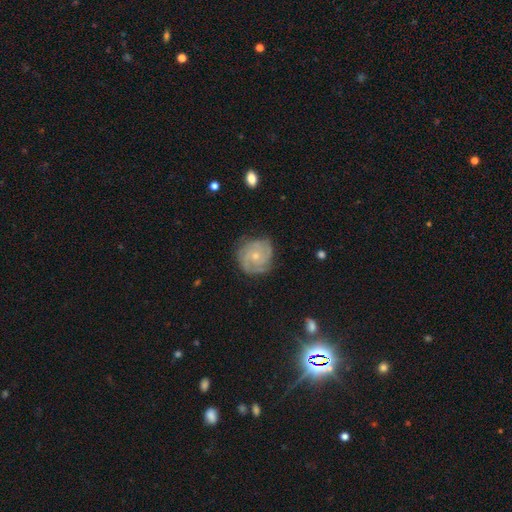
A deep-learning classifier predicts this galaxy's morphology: Smooth or featured? Predicted: featured or disk (p=0.84). Edge-on disk? Predicted: no (p=0.98). Bar? Predicted: no (p=0.75). Spiral arms? Predicted: yes (p=0.97). Spiral winding? Predicted: tight (p=0.69). Spiral arm count? Predicted: 3 (p=0.39). Bulge size? Predicted: small (p=0.64). Merging? Predicted: none (p=0.78).